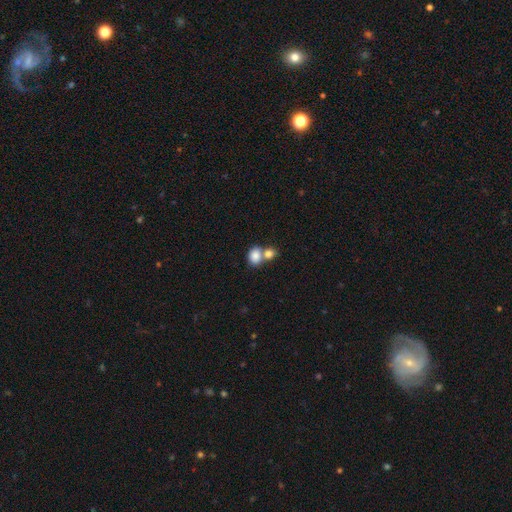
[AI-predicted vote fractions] Smooth or featured?
  - smooth: 84% *
  - star or artifact: 8%
  - featured or disk: 8%
How rounded?
  - in between: 51% *
  - round: 48%
  - cigar-shaped: 1%
Merging?
  - merger: 56% *
  - none: 34%
  - minor disturbance: 7%
  - major disturbance: 3%